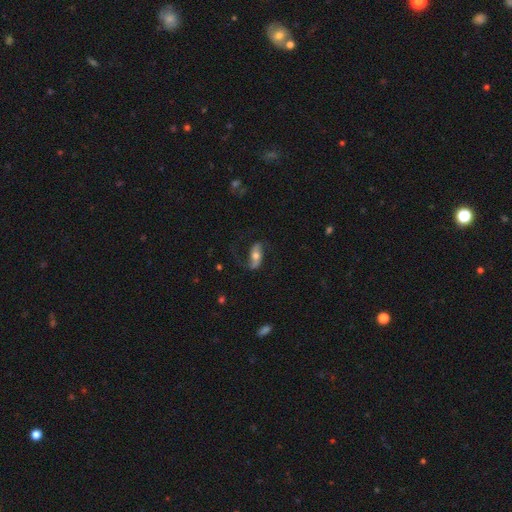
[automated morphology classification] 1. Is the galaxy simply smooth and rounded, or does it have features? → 65% featured or disk, 28% smooth, 7% star or artifact.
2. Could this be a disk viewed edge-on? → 86% no, 14% yes.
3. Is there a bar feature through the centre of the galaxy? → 43% no, 31% strong, 26% weak.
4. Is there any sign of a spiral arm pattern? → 88% yes, 12% no.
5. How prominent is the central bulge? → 65% moderate, 19% small, 11% large, 2% dominant, 2% none.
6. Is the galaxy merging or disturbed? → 65% none, 18% minor disturbance, 15% major disturbance, 2% merger.